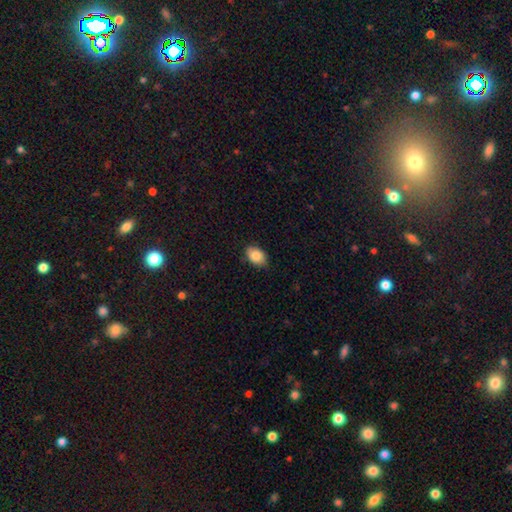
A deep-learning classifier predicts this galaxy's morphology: Smooth or featured?
  - smooth: 87% *
  - star or artifact: 7%
  - featured or disk: 6%
How rounded?
  - in between: 84% *
  - round: 15%
  - cigar-shaped: 1%
Merging?
  - none: 82% *
  - minor disturbance: 14%
  - major disturbance: 2%
  - merger: 1%